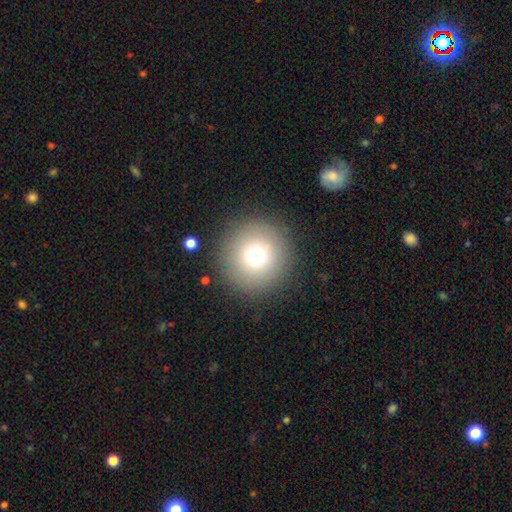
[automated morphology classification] Smooth or featured?
  - smooth: 73% *
  - star or artifact: 15%
  - featured or disk: 12%
How rounded?
  - round: 97% *
  - in between: 2%
  - cigar-shaped: 1%
Merging?
  - none: 90% *
  - minor disturbance: 5%
  - major disturbance: 3%
  - merger: 1%